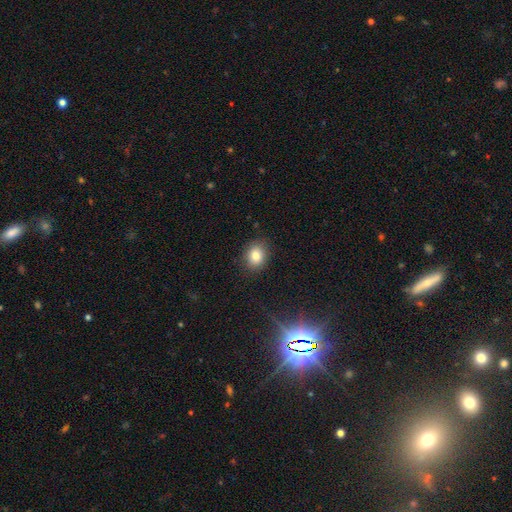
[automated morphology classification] smooth 81%, star or artifact 11%, featured or disk 8%. Down the decision tree: how rounded — round (52%); merging — none (86%).